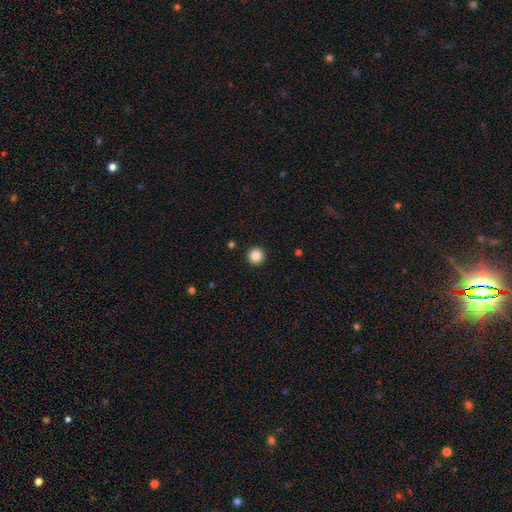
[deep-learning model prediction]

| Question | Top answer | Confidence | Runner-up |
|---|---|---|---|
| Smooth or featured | smooth | 87% | star or artifact (10%) |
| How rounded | round | 96% | in between (3%) |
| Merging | none | 94% | minor disturbance (4%) |